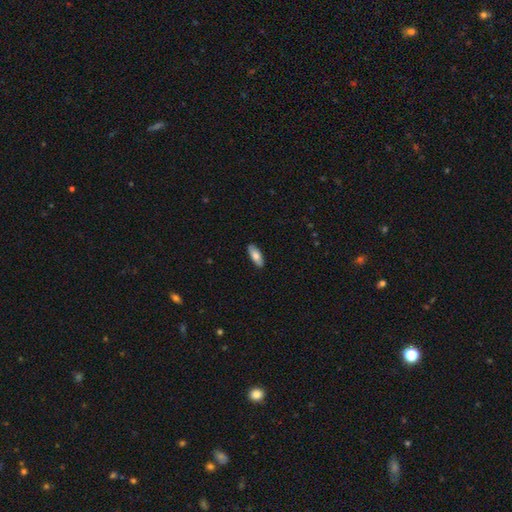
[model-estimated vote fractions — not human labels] smooth 74%, featured or disk 20%, star or artifact 6%. Down the decision tree: how rounded — in between (77%); merging — none (88%).